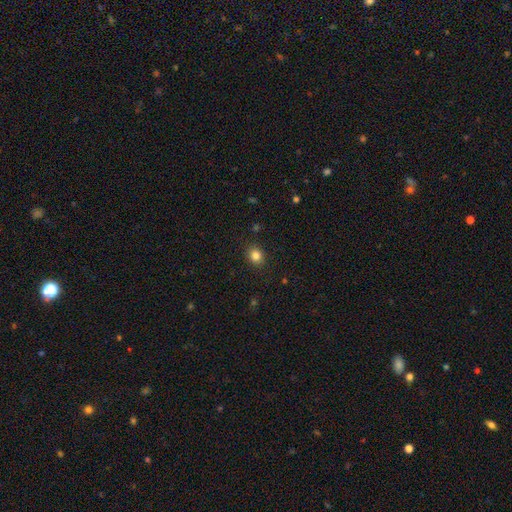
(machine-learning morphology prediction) Smooth or featured? smooth (83%)
How rounded? round (58%)
Merging? none (88%)